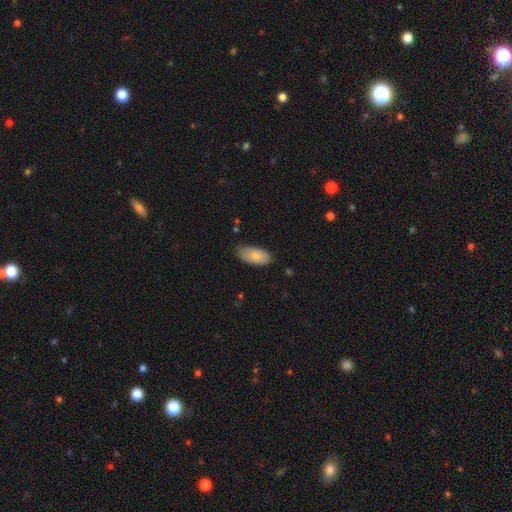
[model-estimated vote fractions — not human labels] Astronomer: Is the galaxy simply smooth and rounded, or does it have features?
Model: smooth — 81%.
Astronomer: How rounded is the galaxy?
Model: in between — 92%.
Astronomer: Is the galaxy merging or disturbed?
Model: none — 71%.